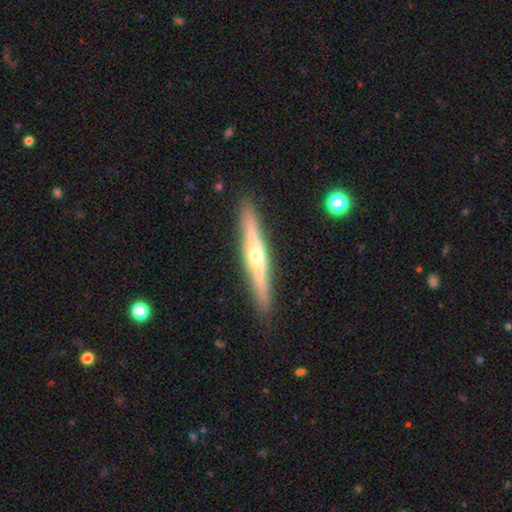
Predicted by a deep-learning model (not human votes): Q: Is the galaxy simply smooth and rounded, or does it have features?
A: featured or disk — 73%.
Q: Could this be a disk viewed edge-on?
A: yes — 96%.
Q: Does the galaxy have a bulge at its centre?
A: rounded — 86%.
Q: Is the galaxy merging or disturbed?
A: none — 90%.